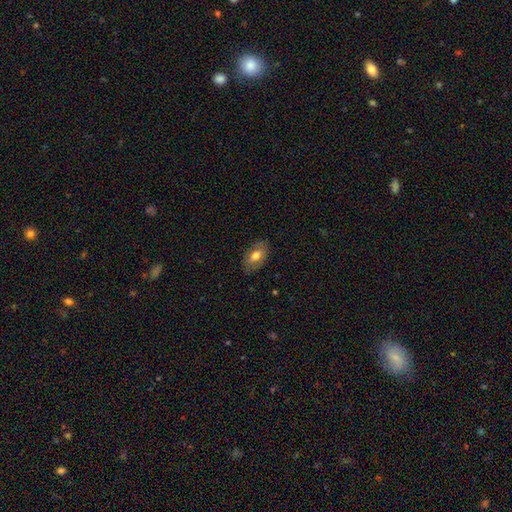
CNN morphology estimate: Smooth or featured: smooth — 69% (featured or disk — 24%)
How rounded: in between — 91% (round — 6%)
Merging: none — 83% (minor disturbance — 13%)